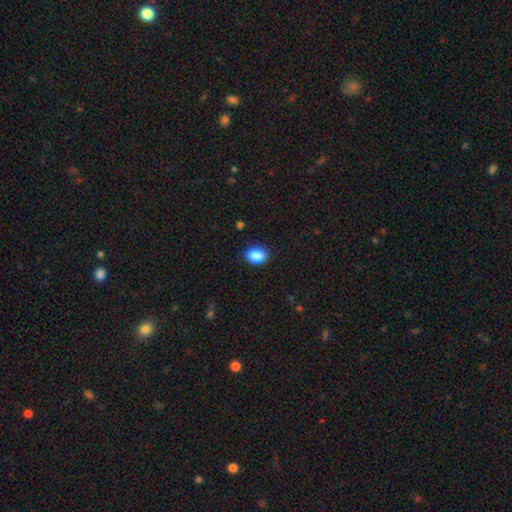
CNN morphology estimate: This is clearly a smooth galaxy (90%). How rounded: clearly in between (83%). Merging: clearly none (86%).